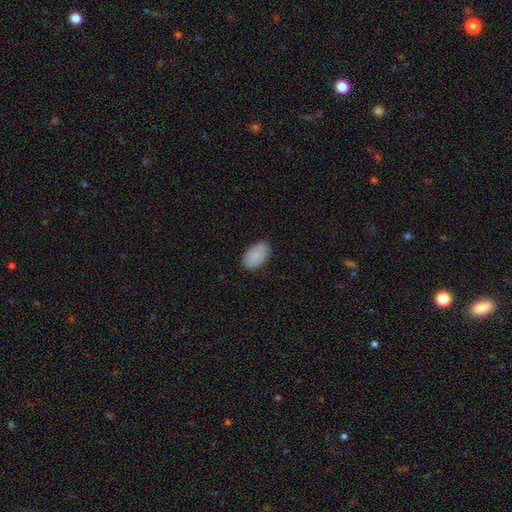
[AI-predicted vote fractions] Q: Smooth or featured?
A: smooth (87%); runner-up: star or artifact (7%)
Q: How rounded?
A: in between (92%); runner-up: round (7%)
Q: Merging?
A: none (81%); runner-up: minor disturbance (15%)